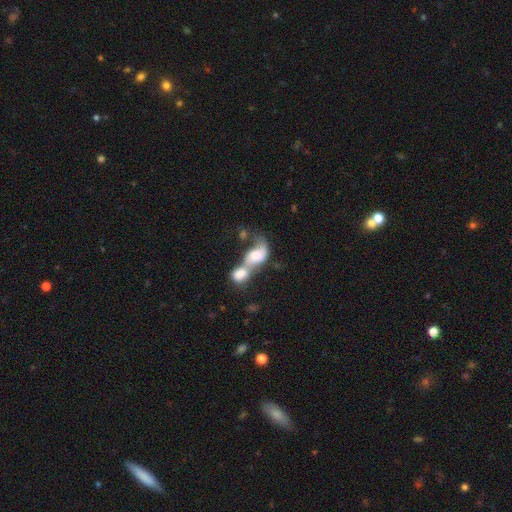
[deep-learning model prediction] smooth_or_featured: smooth (p=0.49) [alt: featured or disk p=0.43]
merging: merger (p=0.80) [alt: major disturbance p=0.08]